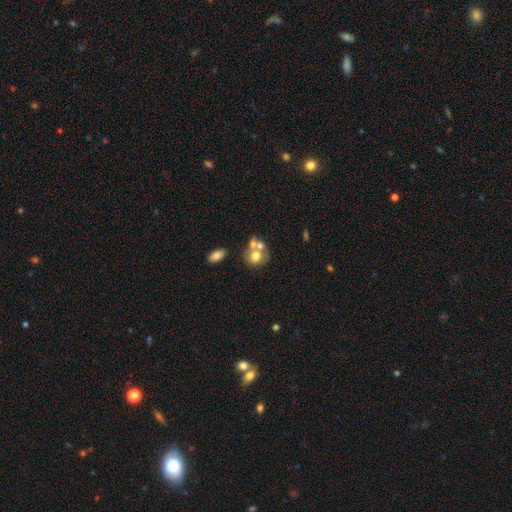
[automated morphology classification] This appears to be a smooth galaxy with no disk features (63%) that is round (70%). Merging: merger (51%).